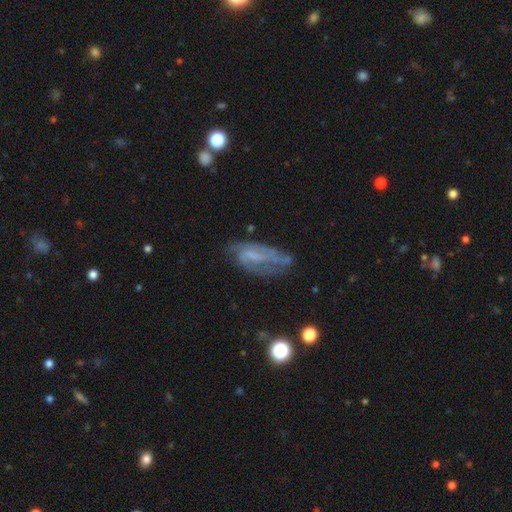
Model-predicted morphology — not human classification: A featured or disk galaxy (62%) with no bar (44%), spiral arms (68%) and no central bulge (43%).

Vote fractions:
- Smooth or featured? featured or disk: 62% / smooth: 27% / star or artifact: 11%
- Edge-on disk? no: 88% / yes: 12%
- Bar? no: 44% / weak: 40% / strong: 16%
- Spiral arms? yes: 68% / no: 32%
- Bulge size? none: 43% / small: 36% / moderate: 18% / large: 2% / dominant: 1%
- Merging? none: 50% / minor disturbance: 27% / major disturbance: 18% / merger: 4%